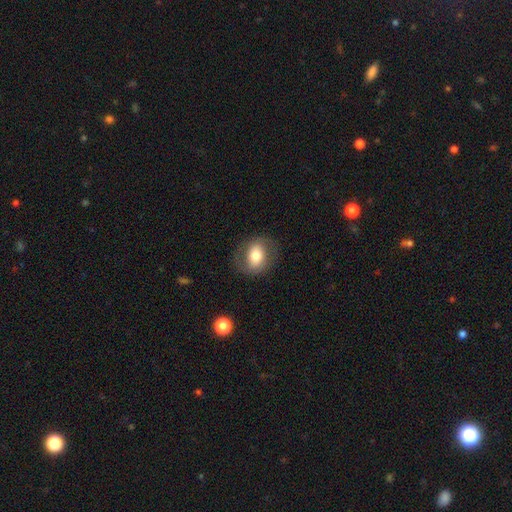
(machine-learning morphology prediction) This appears to be a smooth galaxy with no disk features (67%) that is in between round and cigar-shaped (51%). Merging: none (79%).